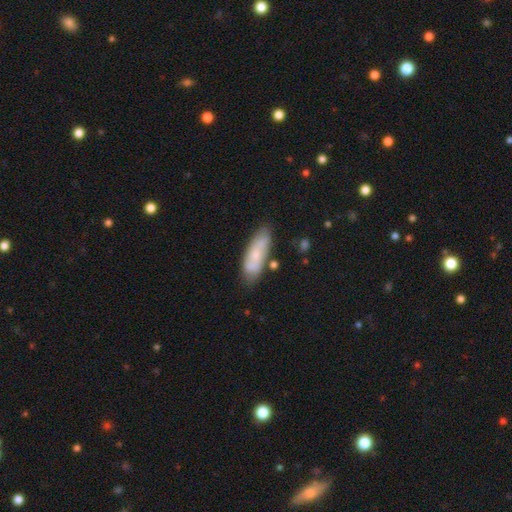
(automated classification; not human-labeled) Q: Smooth or featured?
A: smooth (54%); runner-up: featured or disk (39%)
Q: How rounded?
A: in between (60%); runner-up: cigar-shaped (38%)
Q: Merging?
A: none (69%); runner-up: minor disturbance (20%)